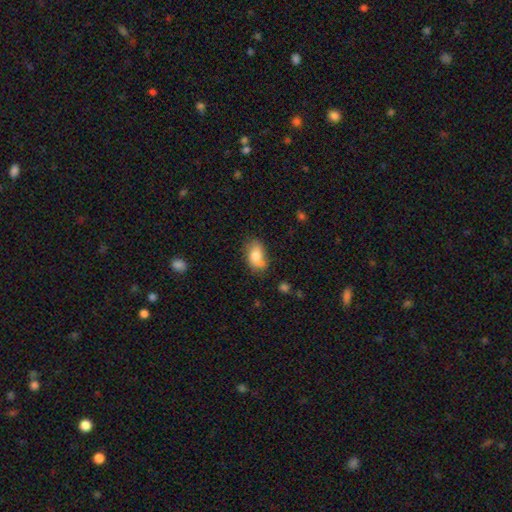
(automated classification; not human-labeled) A smooth galaxy with no disk features (75%) that is in between round and cigar-shaped (84%). Merging: none (53%).